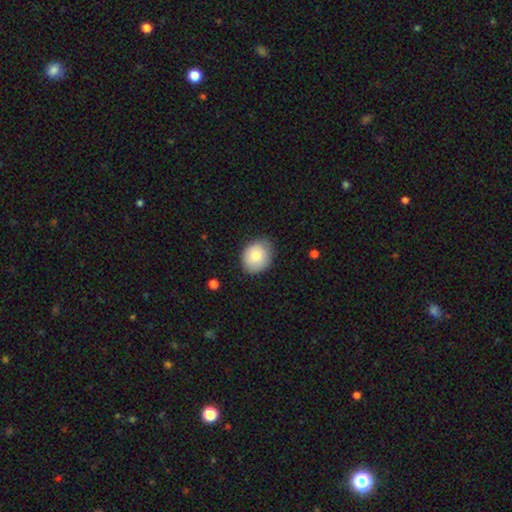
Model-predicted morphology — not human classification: Smooth or featured? smooth (82%)
How rounded? round (52%)
Merging? none (76%)